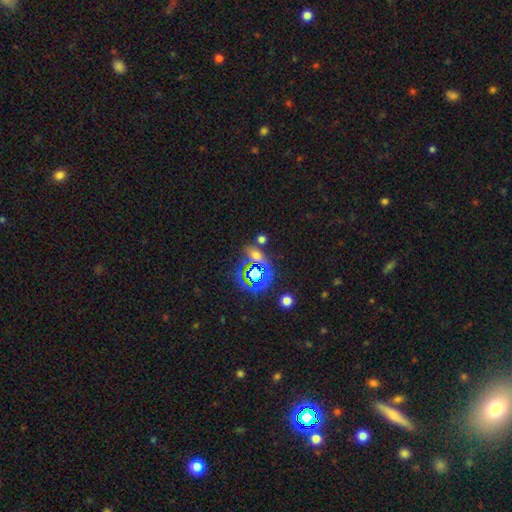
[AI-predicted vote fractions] Smooth or featured? star or artifact (52%)